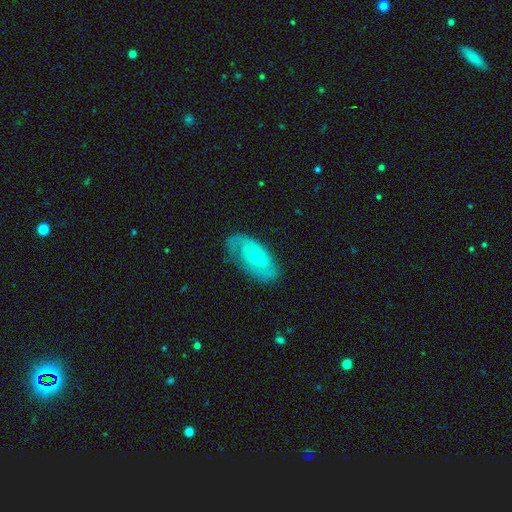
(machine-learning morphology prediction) featured or disk 64%, smooth 30%, star or artifact 6%. Down the decision tree: edge-on disk — no (92%); bar — no (77%); spiral arms — yes (79%); bulge size — small (62%); merging — none (68%).